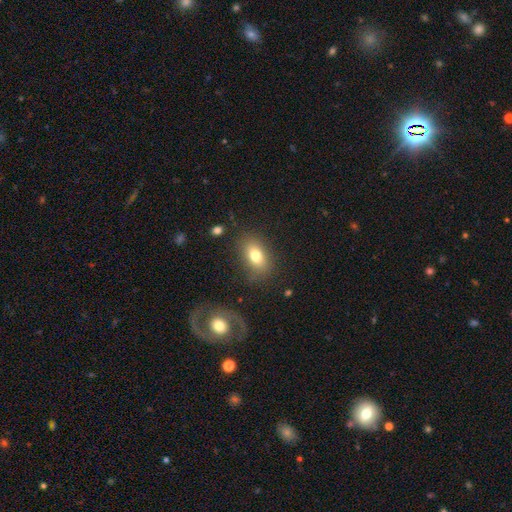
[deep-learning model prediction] Smooth or featured: smooth — 76% (featured or disk — 15%)
How rounded: in between — 84% (round — 14%)
Merging: none — 80% (minor disturbance — 12%)